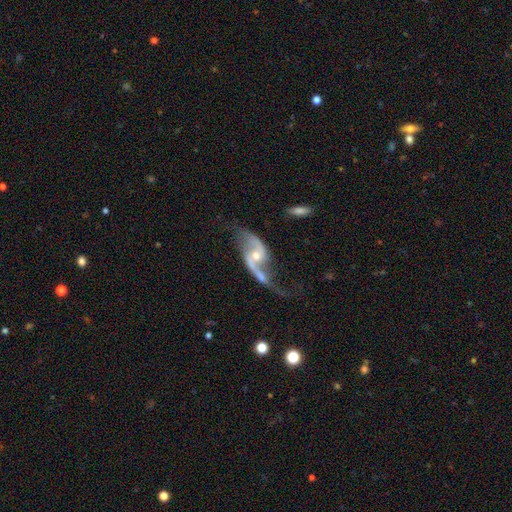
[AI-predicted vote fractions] Morphology: type=featured or disk (88%); edge-on=no (96%); bar=no (53%); spiral arms=yes (94%); winding=loose (79%); arm count=2 (90%); bulge=moderate (51%); merging=none (45%).